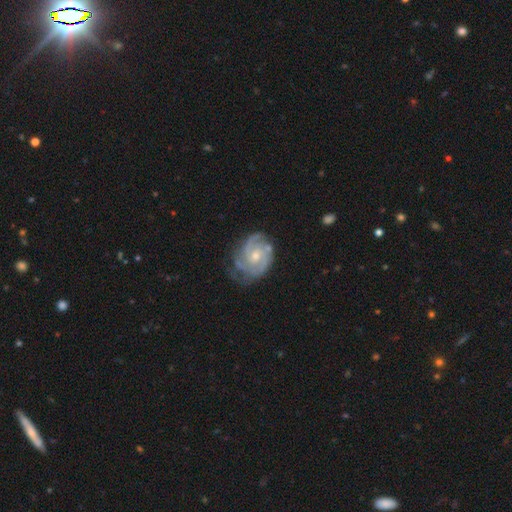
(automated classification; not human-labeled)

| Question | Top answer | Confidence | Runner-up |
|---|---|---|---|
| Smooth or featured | featured or disk | 89% | smooth (7%) |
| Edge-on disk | no | 98% | yes (2%) |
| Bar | no | 65% | weak (31%) |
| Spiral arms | yes | 97% | no (3%) |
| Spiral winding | tight | 62% | medium (33%) |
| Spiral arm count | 2 | 34% | 3 (33%) |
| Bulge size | moderate | 52% | small (44%) |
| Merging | none | 65% | minor disturbance (24%) |